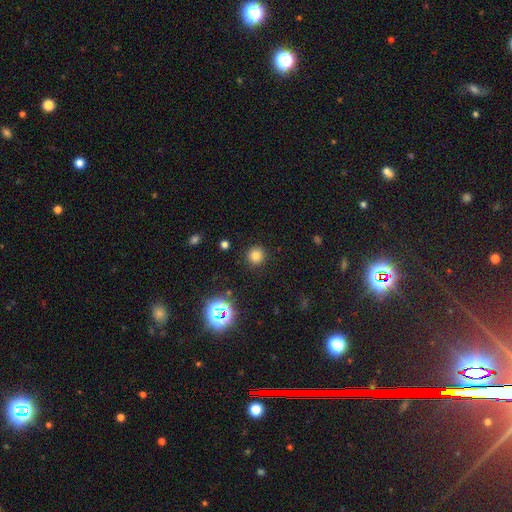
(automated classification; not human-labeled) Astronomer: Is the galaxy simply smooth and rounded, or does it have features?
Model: smooth — 76%.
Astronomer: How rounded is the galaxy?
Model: round — 94%.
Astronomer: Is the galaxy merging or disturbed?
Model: none — 91%.